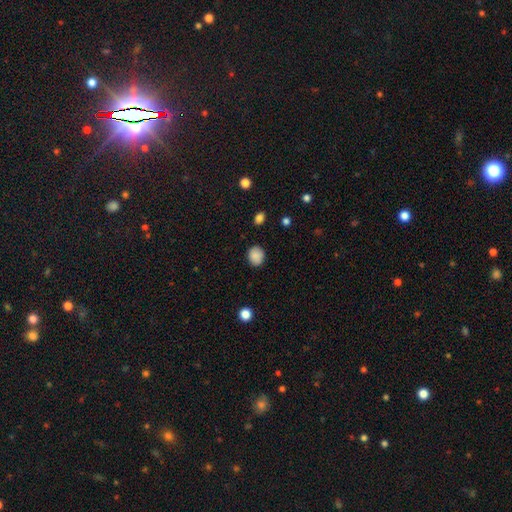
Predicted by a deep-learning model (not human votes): This is clearly a smooth galaxy (87%). How rounded: likely round (65%). Merging: clearly none (84%).